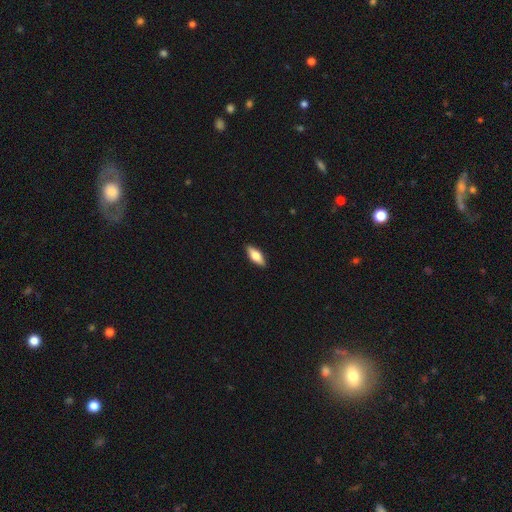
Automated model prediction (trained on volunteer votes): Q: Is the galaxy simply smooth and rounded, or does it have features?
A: smooth — 65%.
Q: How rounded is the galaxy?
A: in between — 72%.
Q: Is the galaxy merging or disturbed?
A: none — 90%.